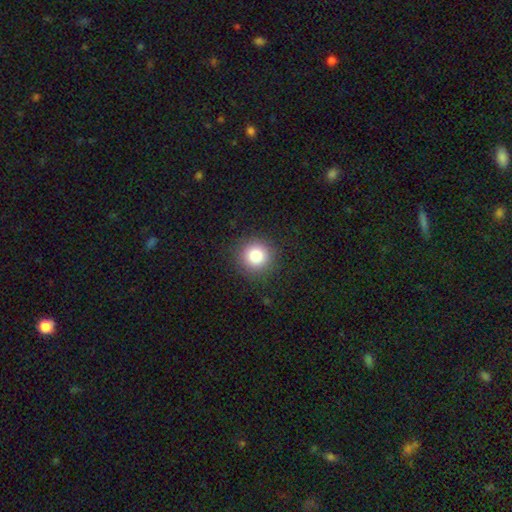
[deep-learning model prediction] This appears to be a smooth galaxy with no disk features (83%) that is round (95%). Merging: none (90%).